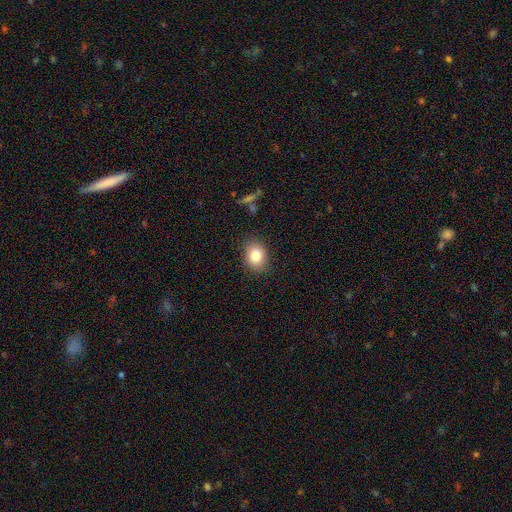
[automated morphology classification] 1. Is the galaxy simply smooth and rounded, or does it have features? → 82% smooth, 10% star or artifact, 9% featured or disk.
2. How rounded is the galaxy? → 56% in between, 43% round, 1% cigar-shaped.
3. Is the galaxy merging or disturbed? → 86% none, 11% minor disturbance, 3% major disturbance, 1% merger.